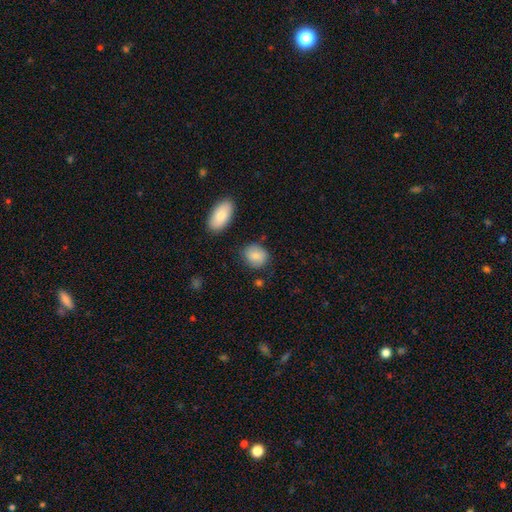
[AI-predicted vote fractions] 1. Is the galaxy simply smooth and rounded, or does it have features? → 85% smooth, 8% featured or disk, 7% star or artifact.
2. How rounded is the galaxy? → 58% round, 41% in between, 1% cigar-shaped.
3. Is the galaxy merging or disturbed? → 74% none, 18% minor disturbance, 4% major disturbance, 4% merger.